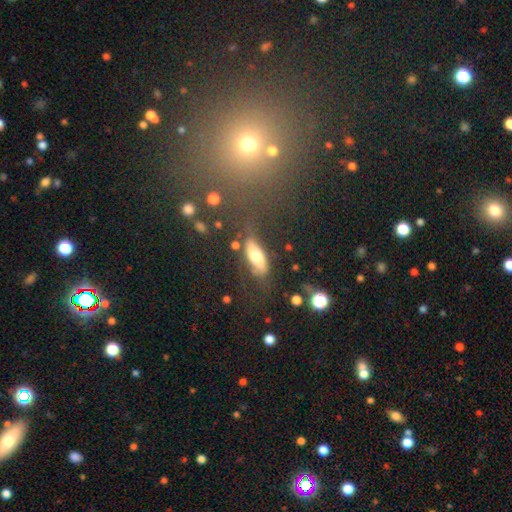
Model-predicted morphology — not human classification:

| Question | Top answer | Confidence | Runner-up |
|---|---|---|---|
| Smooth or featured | smooth | 61% | featured or disk (29%) |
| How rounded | in between | 70% | cigar-shaped (26%) |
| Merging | none | 60% | minor disturbance (21%) |